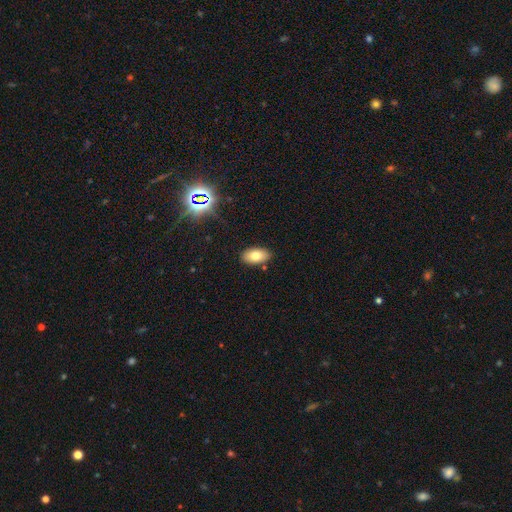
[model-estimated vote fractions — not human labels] Smooth or featured: smooth — 76% (featured or disk — 14%)
How rounded: in between — 94% (round — 4%)
Merging: none — 87% (minor disturbance — 9%)